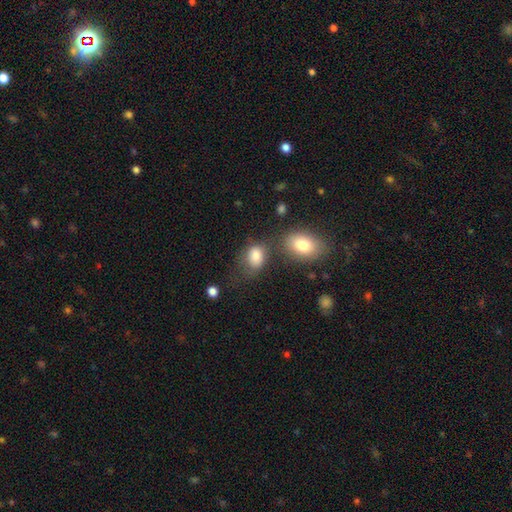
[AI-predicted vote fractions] A smooth galaxy with no disk features (81%) that is in between round and cigar-shaped (69%). Merging: none (46%).